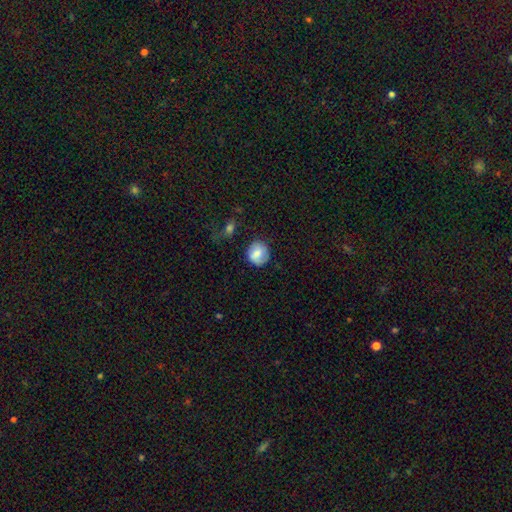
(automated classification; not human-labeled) Morphology: type=smooth (76%); roundness=round (86%); merging=none (78%).